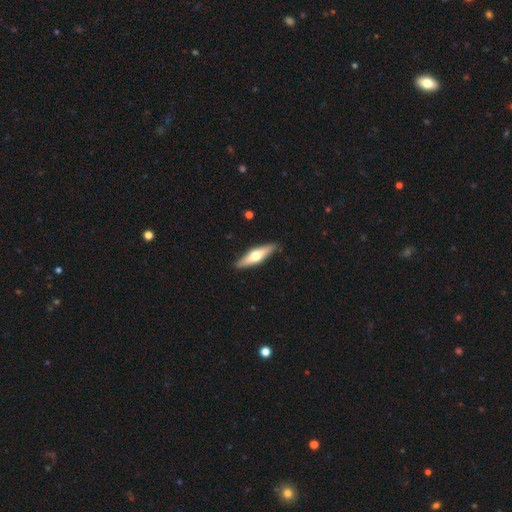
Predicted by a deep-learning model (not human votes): Smooth or featured?
  - featured or disk: 51% *
  - smooth: 44%
  - star or artifact: 5%
Edge-on disk?
  - yes: 91% *
  - no: 9%
Merging?
  - none: 88% *
  - minor disturbance: 9%
  - major disturbance: 2%
  - merger: 1%